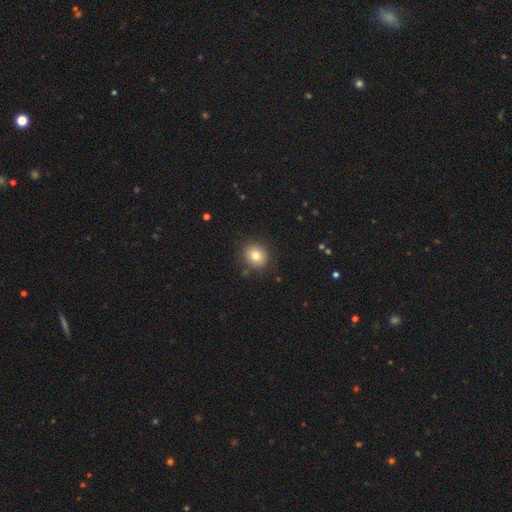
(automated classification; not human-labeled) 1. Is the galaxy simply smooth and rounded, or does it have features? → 78% smooth, 11% star or artifact, 11% featured or disk.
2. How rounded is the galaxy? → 84% round, 15% in between, 1% cigar-shaped.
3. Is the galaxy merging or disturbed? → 87% none, 9% minor disturbance, 3% major disturbance, 2% merger.